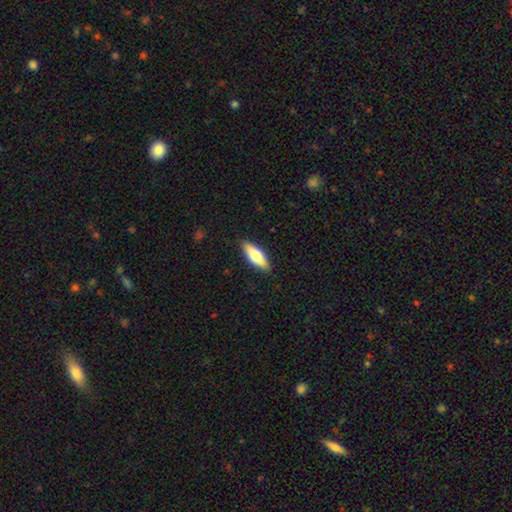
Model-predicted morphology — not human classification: A smooth galaxy with no disk features (65%) that is in between round and cigar-shaped (60%). Merging: none (89%).